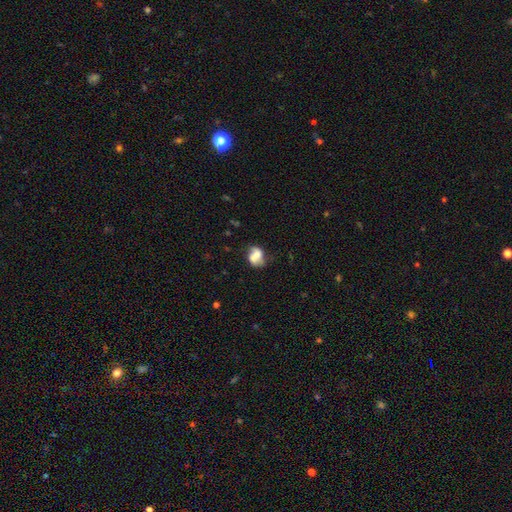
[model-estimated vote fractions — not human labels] Smooth or featured? smooth (55%)
How rounded? in between (59%)
Merging? none (42%)